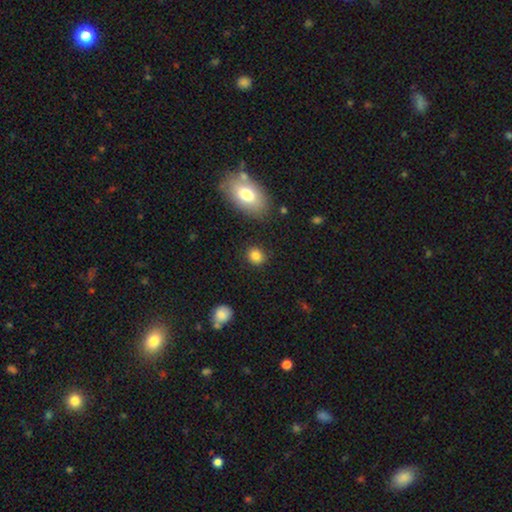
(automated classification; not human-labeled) Morphology: type=smooth (84%); roundness=round (73%); merging=none (86%).